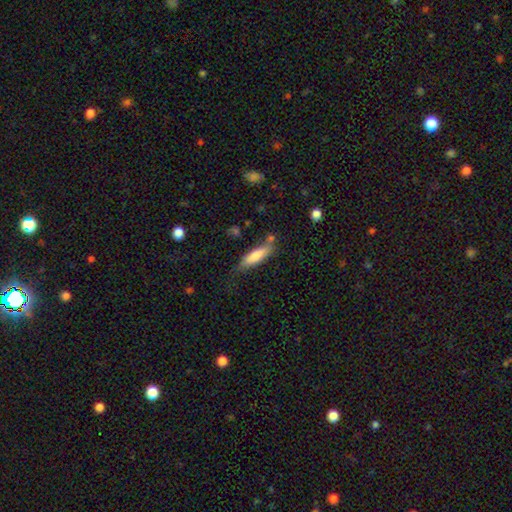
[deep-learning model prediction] Smooth or featured: smooth — 74% (featured or disk — 19%)
How rounded: cigar-shaped — 64% (in between — 34%)
Merging: none — 62% (minor disturbance — 24%)